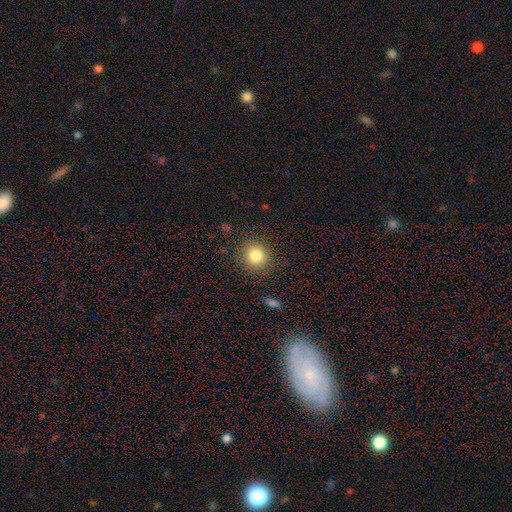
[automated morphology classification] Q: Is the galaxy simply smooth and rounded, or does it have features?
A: smooth — 82%.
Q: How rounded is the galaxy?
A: round — 88%.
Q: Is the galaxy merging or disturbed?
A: none — 88%.